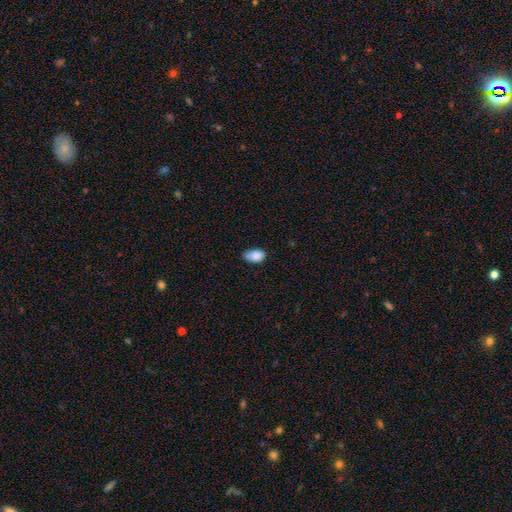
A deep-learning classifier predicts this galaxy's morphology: Smooth or featured: smooth — 88% (star or artifact — 7%)
How rounded: in between — 91% (round — 7%)
Merging: none — 62% (minor disturbance — 33%)